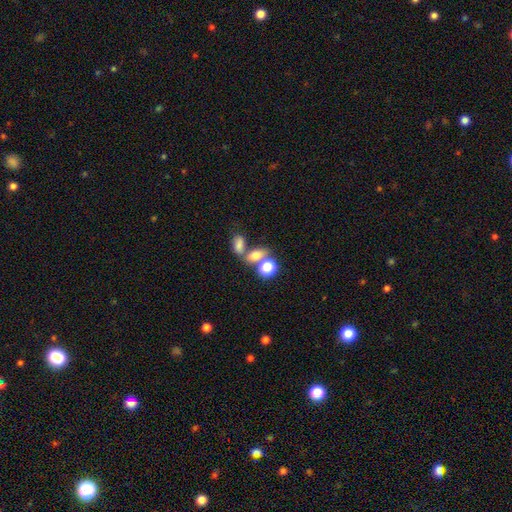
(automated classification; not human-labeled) This appears to be a smooth galaxy with no disk features (72%) that is in between round and cigar-shaped (64%). Merging: merger (43%).